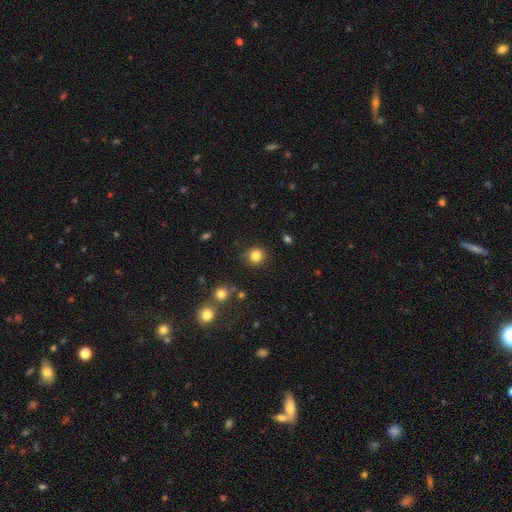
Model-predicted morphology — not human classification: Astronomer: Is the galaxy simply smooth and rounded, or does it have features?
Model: smooth — 84%.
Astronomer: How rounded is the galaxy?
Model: round — 89%.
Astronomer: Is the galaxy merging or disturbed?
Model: none — 86%.